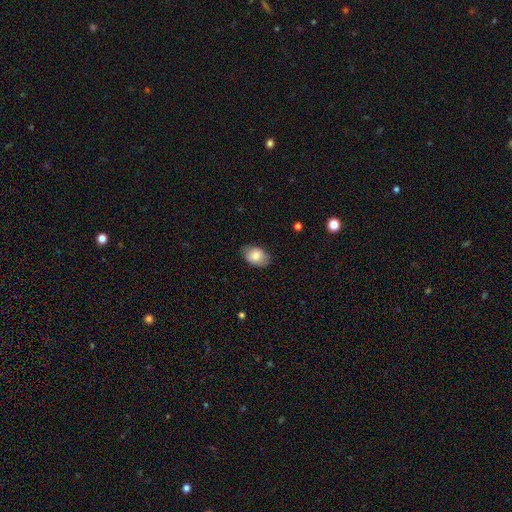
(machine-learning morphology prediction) smooth_or_featured: smooth (p=0.80) [alt: featured or disk p=0.13]
how_rounded: in between (p=0.84) [alt: round p=0.15]
merging: none (p=0.81) [alt: minor disturbance p=0.15]